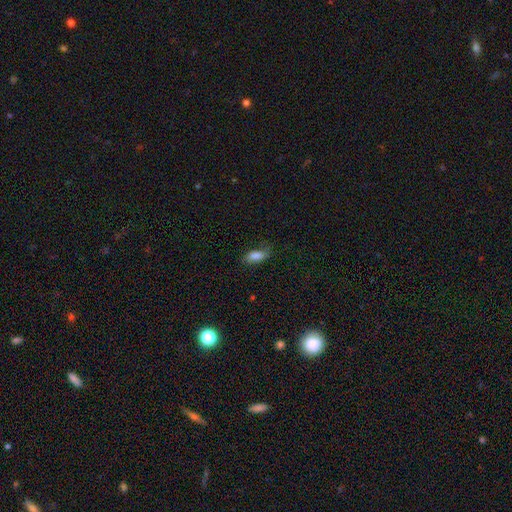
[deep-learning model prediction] smooth_or_featured: smooth (p=0.83) [alt: featured or disk p=0.09]
how_rounded: in between (p=0.84) [alt: cigar-shaped p=0.13]
merging: none (p=0.63) [alt: minor disturbance p=0.26]